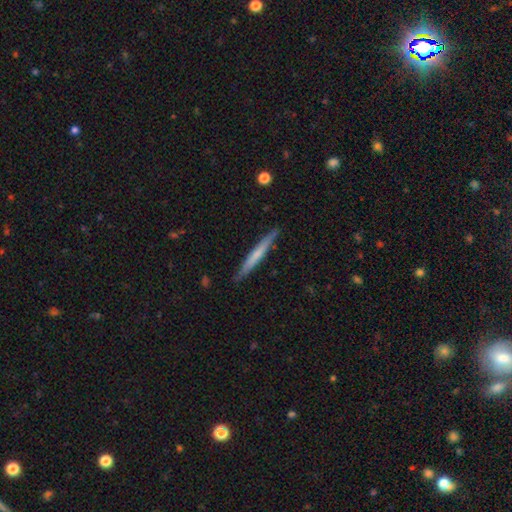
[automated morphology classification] A smooth galaxy with no disk features (55%) that is cigar-shaped (96%). Merging: none (88%).